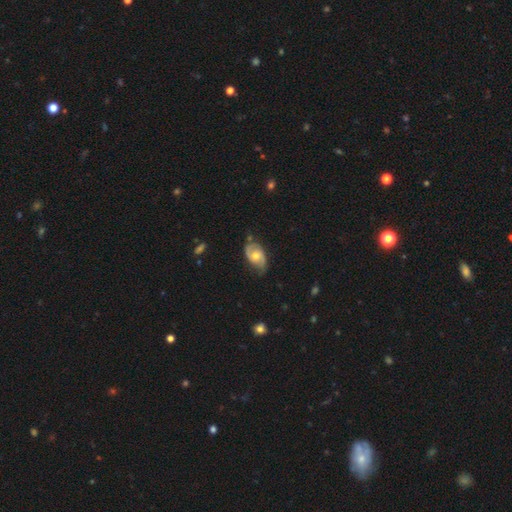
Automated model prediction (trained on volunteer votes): Smooth or featured? featured or disk (70%)
Edge-on disk? no (96%)
Bar? no (63%)
Spiral arms? yes (90%)
Spiral winding? medium (44%)
Spiral arm count? 2 (83%)
Bulge size? moderate (65%)
Merging? none (66%)